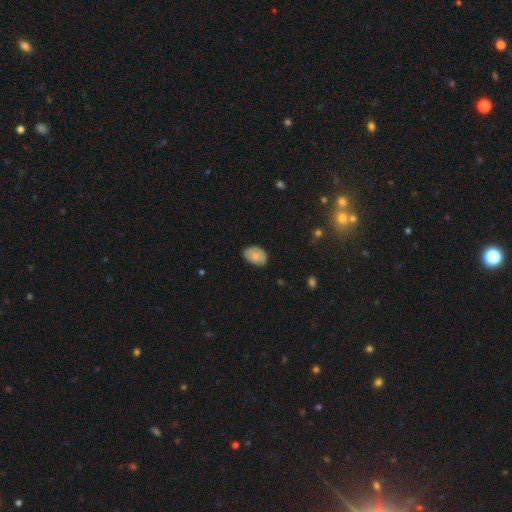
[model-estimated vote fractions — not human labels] Morphology: type=smooth (67%); roundness=in between (81%); merging=none (69%).